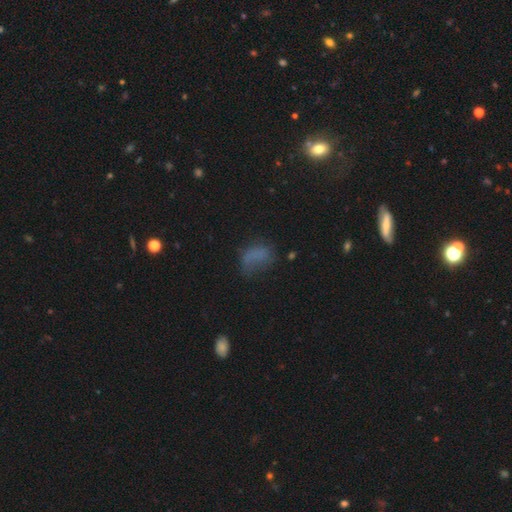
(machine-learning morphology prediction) This is likely a smooth galaxy (62%). How rounded: likely in between (79%). Merging: marginally none (38%).